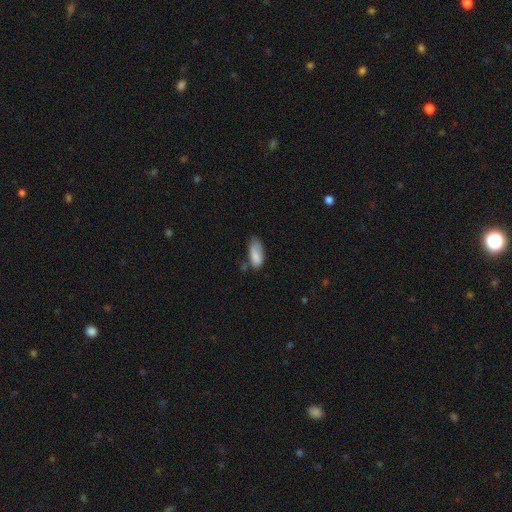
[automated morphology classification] This is clearly a smooth galaxy (84%). How rounded: clearly in between (84%). Merging: marginally none (45%).